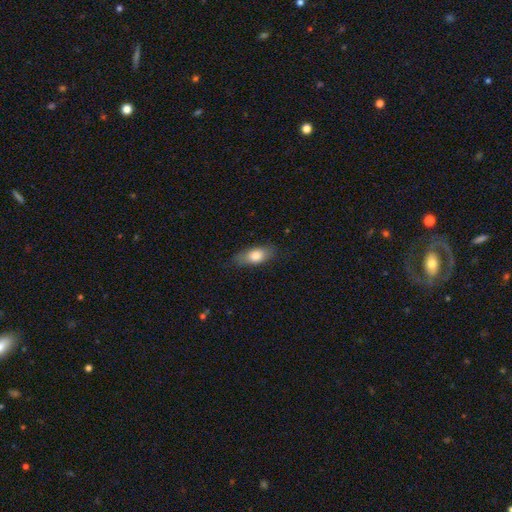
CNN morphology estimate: Q: Smooth or featured?
A: smooth (76%); runner-up: featured or disk (17%)
Q: How rounded?
A: in between (79%); runner-up: cigar-shaped (16%)
Q: Merging?
A: none (77%); runner-up: minor disturbance (17%)